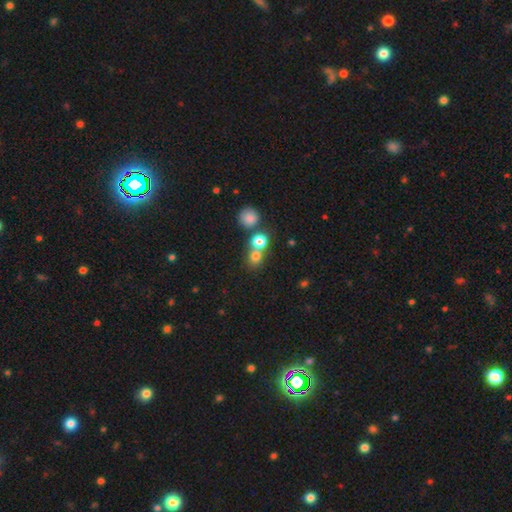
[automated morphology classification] Smooth or featured: smooth — 75% (star or artifact — 15%)
How rounded: round — 79% (in between — 20%)
Merging: merger — 45% (tied with none — 45%)